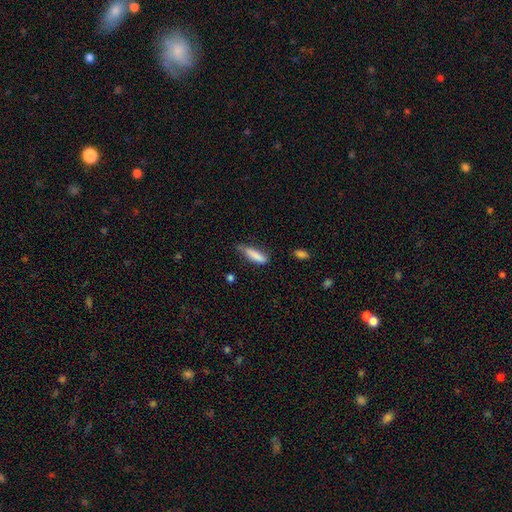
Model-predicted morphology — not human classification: smooth-or-featured: smooth: 84% | featured or disk: 10% | star or artifact: 7%
  how-rounded: cigar-shaped: 63% | in between: 35% | round: 2%
  merging: none: 47% | minor disturbance: 39% | major disturbance: 10% | merger: 3%